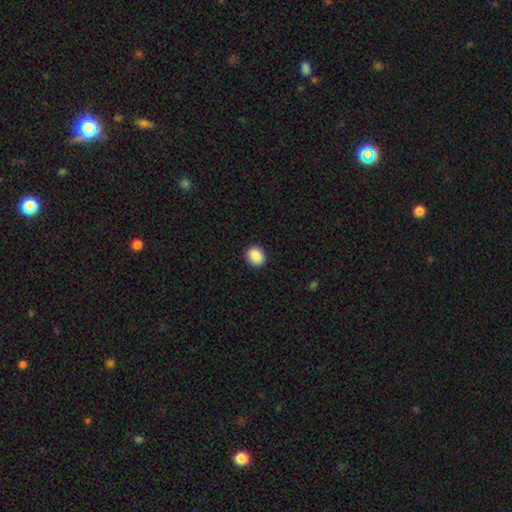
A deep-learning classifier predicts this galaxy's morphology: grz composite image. It shows a smooth galaxy with no disk features (89%) that is round (59%). Merging: none (90%).